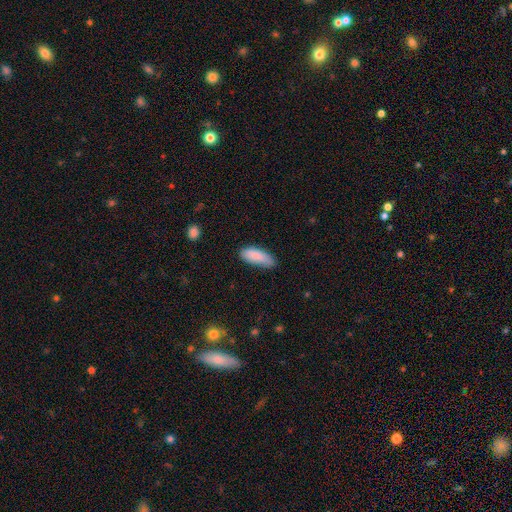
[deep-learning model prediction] Smooth or featured: smooth — 88% (star or artifact — 6%)
How rounded: in between — 71% (cigar-shaped — 28%)
Merging: none — 70% (minor disturbance — 24%)